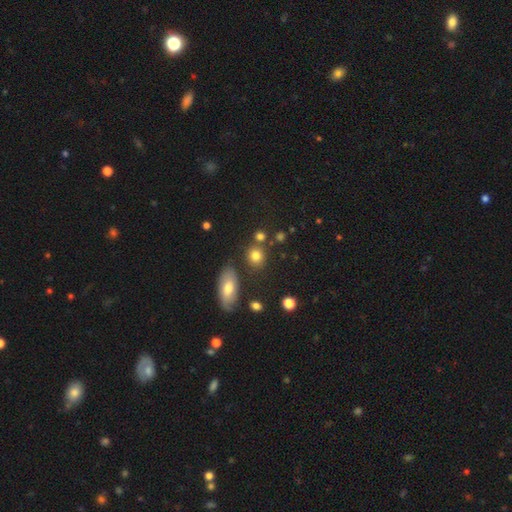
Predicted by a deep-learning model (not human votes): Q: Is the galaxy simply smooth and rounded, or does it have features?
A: smooth — 81%.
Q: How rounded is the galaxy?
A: round — 73%.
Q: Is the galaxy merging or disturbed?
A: none — 73%.